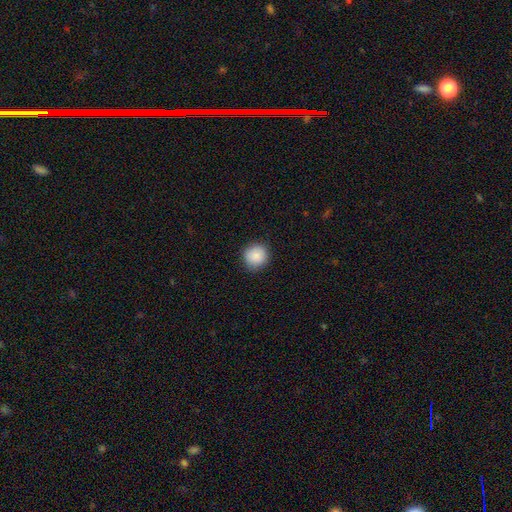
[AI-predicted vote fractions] Smooth or featured? Predicted: smooth (p=0.89). How rounded? Predicted: round (p=0.91). Merging? Predicted: none (p=0.89).